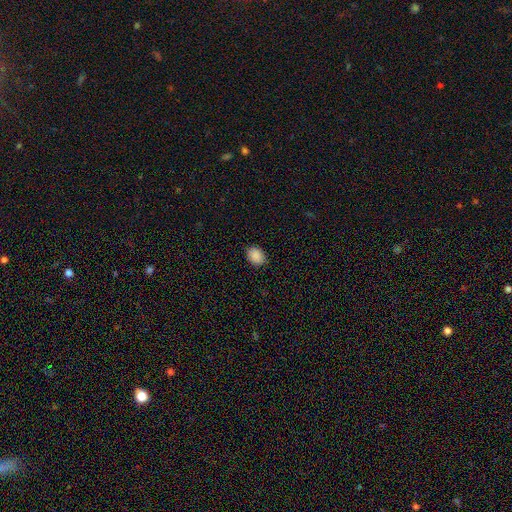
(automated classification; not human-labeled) Smooth or featured?
  - smooth: 89% *
  - star or artifact: 8%
  - featured or disk: 3%
How rounded?
  - in between: 63% *
  - round: 36%
  - cigar-shaped: 1%
Merging?
  - none: 87% *
  - minor disturbance: 10%
  - major disturbance: 2%
  - merger: 1%